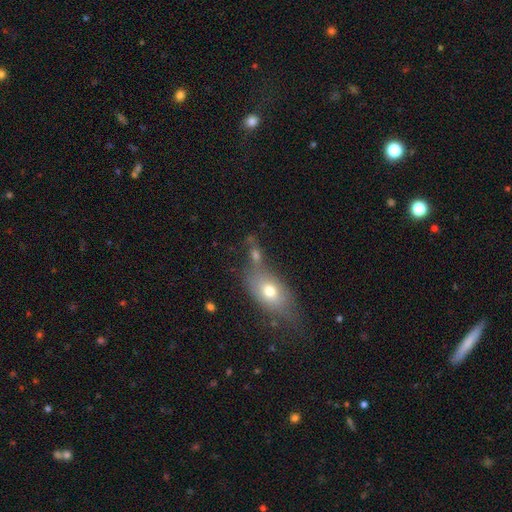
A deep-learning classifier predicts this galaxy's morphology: Q: Smooth or featured?
A: smooth (62%); runner-up: featured or disk (22%)
Q: How rounded?
A: in between (67%); runner-up: round (23%)
Q: Merging?
A: none (43%); runner-up: merger (35%)